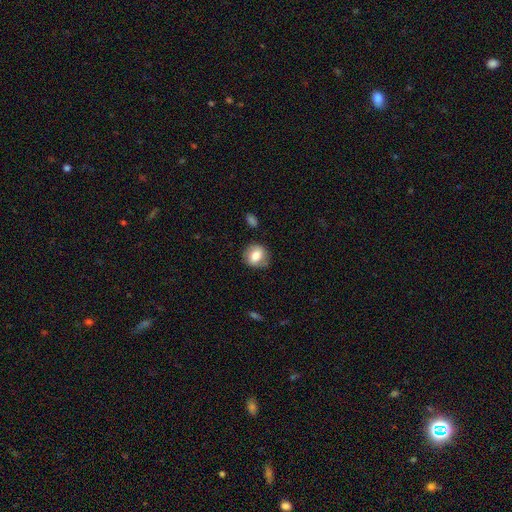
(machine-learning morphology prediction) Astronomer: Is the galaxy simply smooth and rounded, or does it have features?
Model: smooth — 73%.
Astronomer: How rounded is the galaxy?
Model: round — 74%.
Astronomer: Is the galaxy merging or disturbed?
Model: none — 77%.